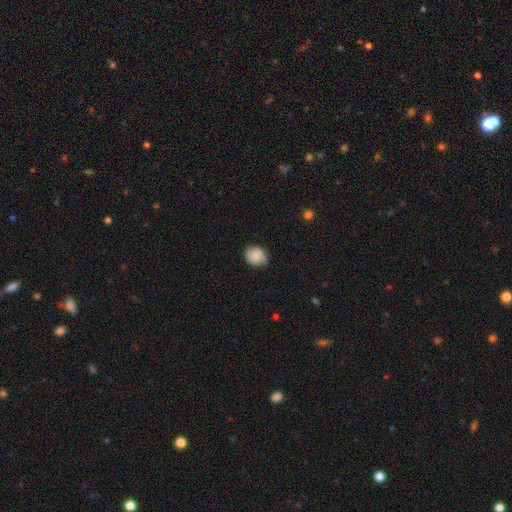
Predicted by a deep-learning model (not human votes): A smooth galaxy with no disk features (72%) that is round (58%).

Vote fractions:
- Smooth or featured? smooth: 72% / featured or disk: 20% / star or artifact: 8%
- How rounded? round: 58% / in between: 42% / cigar-shaped: 1%
- Merging? none: 78% / minor disturbance: 18% / major disturbance: 3% / merger: 1%